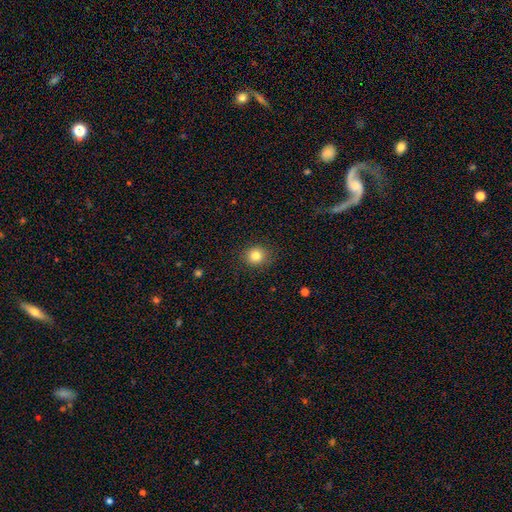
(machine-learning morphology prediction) Smooth or featured?
  - smooth: 82% *
  - star or artifact: 11%
  - featured or disk: 7%
How rounded?
  - round: 81% *
  - in between: 19%
  - cigar-shaped: 1%
Merging?
  - none: 88% *
  - minor disturbance: 9%
  - major disturbance: 3%
  - merger: 1%